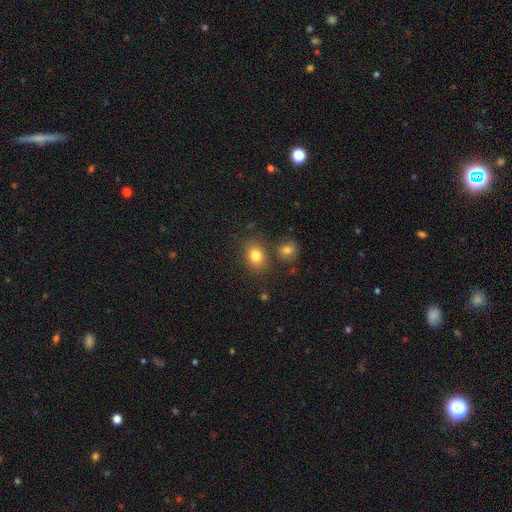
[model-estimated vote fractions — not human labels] Smooth or featured?
  - smooth: 81% *
  - star or artifact: 11%
  - featured or disk: 8%
How rounded?
  - in between: 52% *
  - round: 47%
  - cigar-shaped: 1%
Merging?
  - none: 75% *
  - minor disturbance: 11%
  - merger: 10%
  - major disturbance: 3%